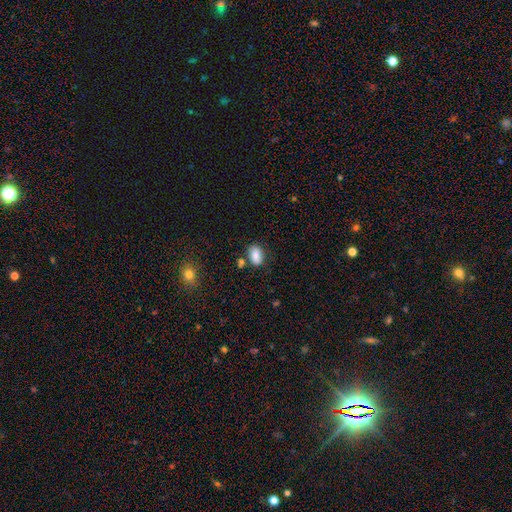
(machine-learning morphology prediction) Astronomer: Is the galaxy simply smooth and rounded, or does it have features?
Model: smooth — 85%.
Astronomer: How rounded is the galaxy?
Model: in between — 87%.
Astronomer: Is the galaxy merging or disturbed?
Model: none — 67%.